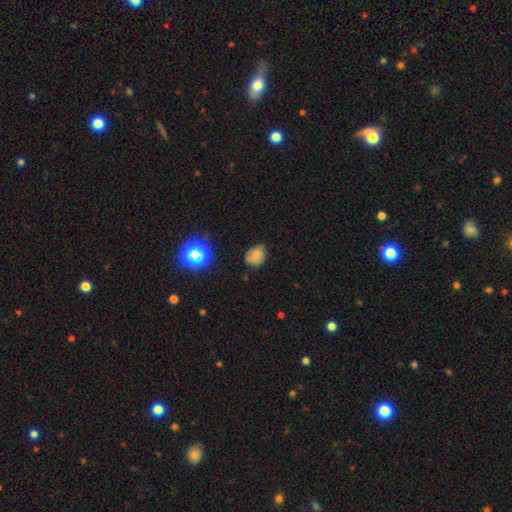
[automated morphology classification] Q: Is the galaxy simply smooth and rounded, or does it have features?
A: smooth — 68%.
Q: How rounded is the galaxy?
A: in between — 52%.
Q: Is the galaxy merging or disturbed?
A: none — 66%.